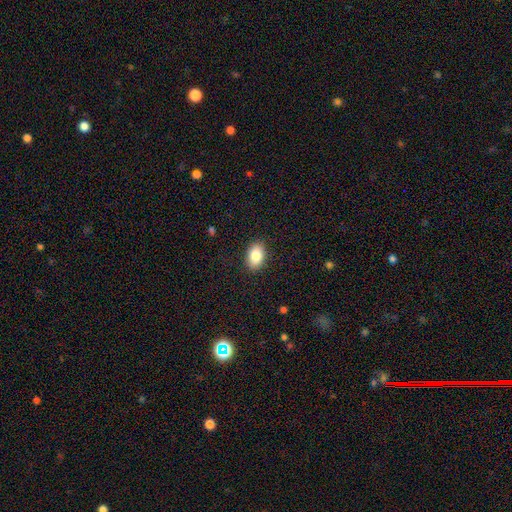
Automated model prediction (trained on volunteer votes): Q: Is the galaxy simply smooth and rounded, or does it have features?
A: smooth — 85%.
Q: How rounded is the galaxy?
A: in between — 90%.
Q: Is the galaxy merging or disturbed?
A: none — 88%.